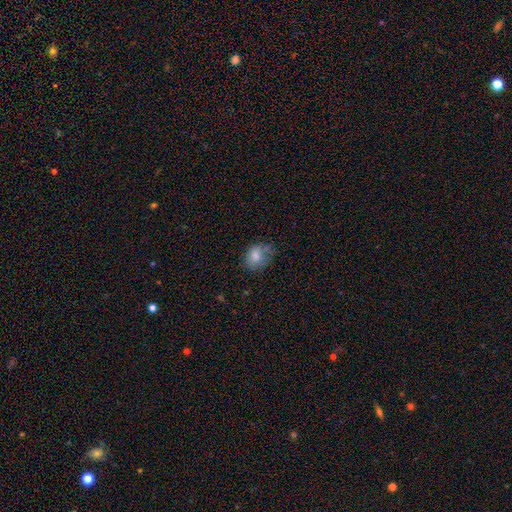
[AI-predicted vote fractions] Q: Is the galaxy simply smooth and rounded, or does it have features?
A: smooth — 79%.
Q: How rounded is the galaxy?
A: in between — 56%.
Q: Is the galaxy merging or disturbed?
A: none — 51%.